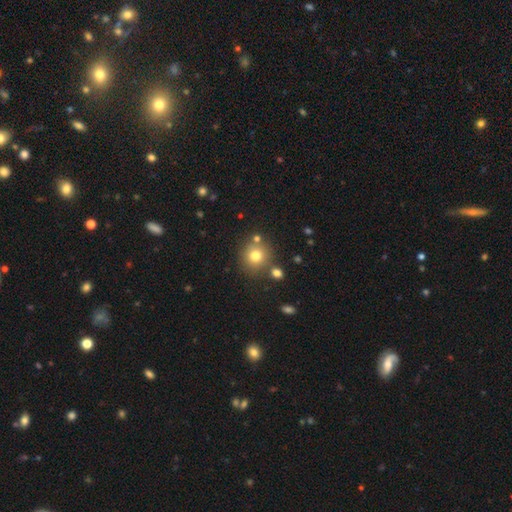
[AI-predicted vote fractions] A smooth galaxy with no disk features (76%) that is round (90%). Merging: none (77%).